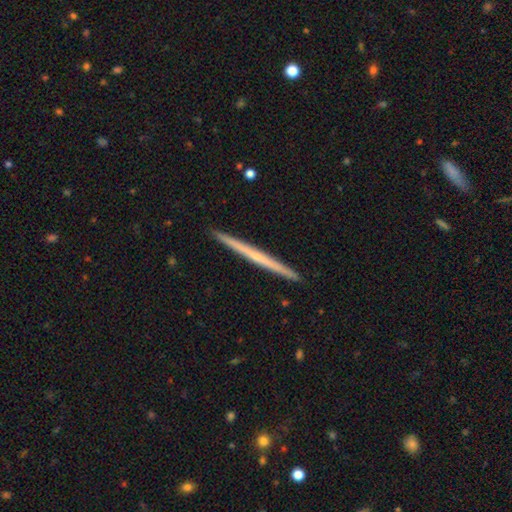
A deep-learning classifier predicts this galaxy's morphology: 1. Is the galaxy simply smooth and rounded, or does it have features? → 60% featured or disk, 34% smooth, 5% star or artifact.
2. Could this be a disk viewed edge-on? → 98% yes, 2% no.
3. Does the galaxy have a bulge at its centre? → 77% none, 19% rounded, 3% boxy.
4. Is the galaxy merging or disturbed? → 93% none, 5% minor disturbance, 1% major disturbance, 1% merger.